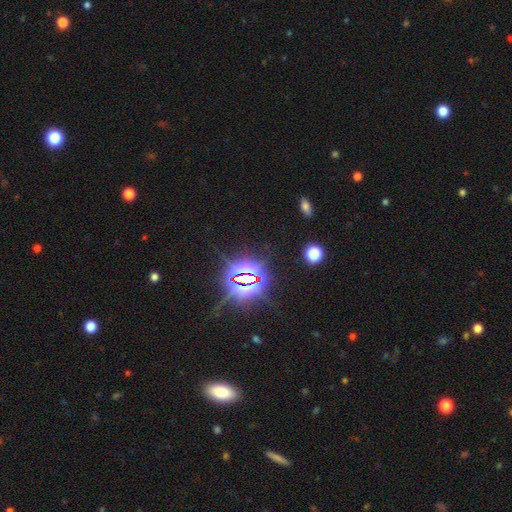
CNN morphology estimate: smooth_or_featured: star or artifact (p=0.81) [alt: smooth p=0.13]